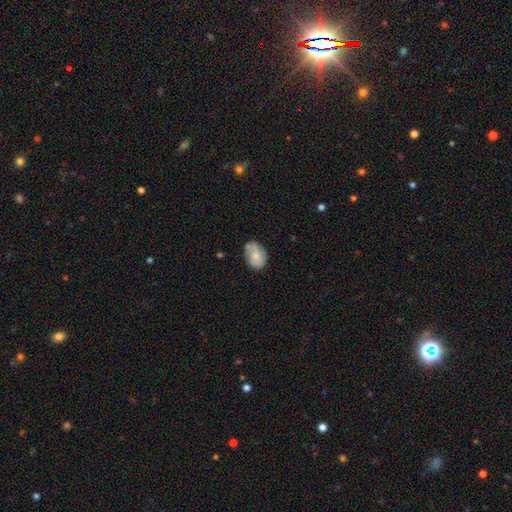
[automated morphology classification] This is likely a smooth galaxy (72%). How rounded: likely in between (79%). Merging: likely none (62%).